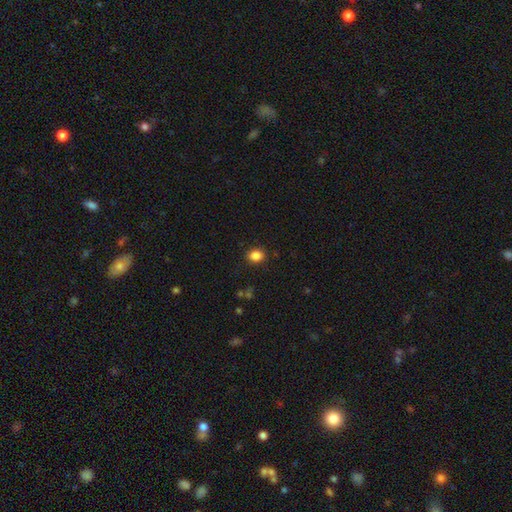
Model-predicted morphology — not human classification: Overall: smooth (85%). How rounded: round (54%; in between 45%). Merging: none (89%).